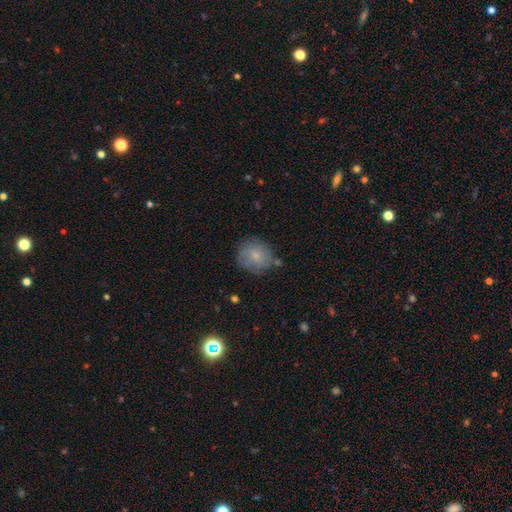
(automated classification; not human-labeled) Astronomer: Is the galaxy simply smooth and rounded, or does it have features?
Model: smooth — 71%.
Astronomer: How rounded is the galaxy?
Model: round — 82%.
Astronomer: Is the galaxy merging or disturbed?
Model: none — 69%.